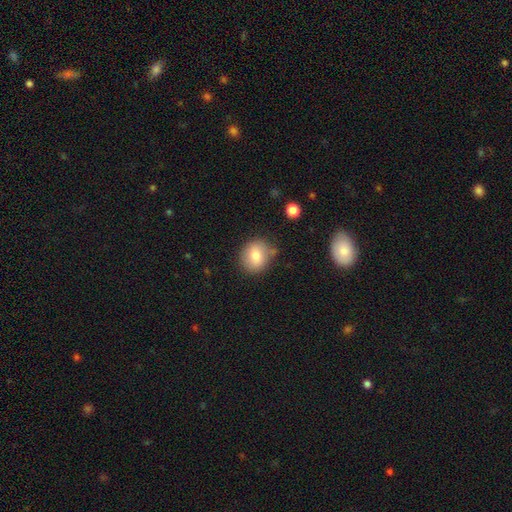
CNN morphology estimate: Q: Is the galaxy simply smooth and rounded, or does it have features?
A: smooth — 79%.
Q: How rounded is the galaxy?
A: round — 72%.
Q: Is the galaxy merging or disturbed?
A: none — 72%.